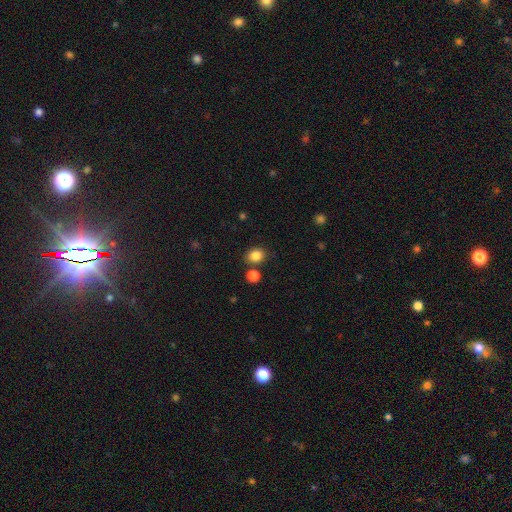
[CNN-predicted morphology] Smooth or featured? smooth (84%)
How rounded? round (62%)
Merging? none (78%)